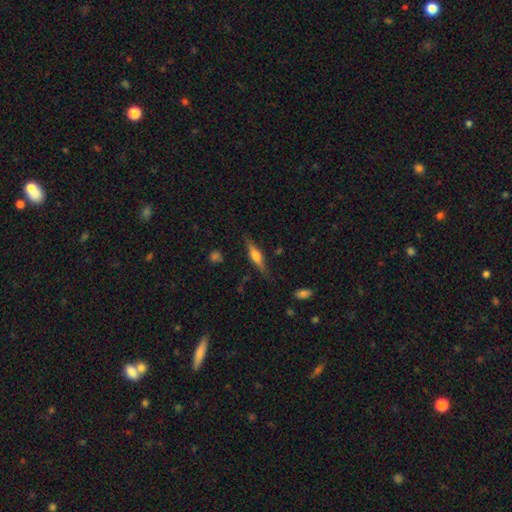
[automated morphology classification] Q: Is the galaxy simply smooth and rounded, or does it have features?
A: featured or disk — 56%.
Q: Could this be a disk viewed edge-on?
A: yes — 95%.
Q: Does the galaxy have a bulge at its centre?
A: rounded — 82%.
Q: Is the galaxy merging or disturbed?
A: none — 81%.